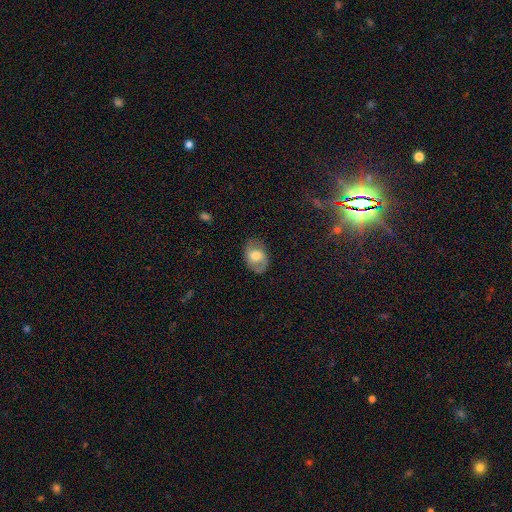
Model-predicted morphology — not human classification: Smooth or featured? Predicted: smooth (p=0.49). Merging? Predicted: none (p=0.76).